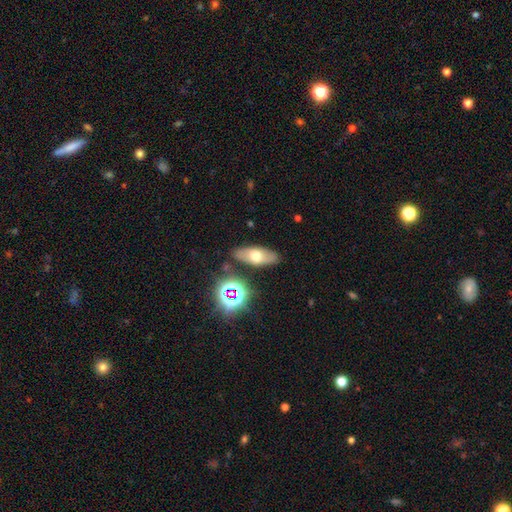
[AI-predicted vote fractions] A smooth galaxy with no disk features (53%) that is in between round and cigar-shaped (77%). Merging: none (84%).